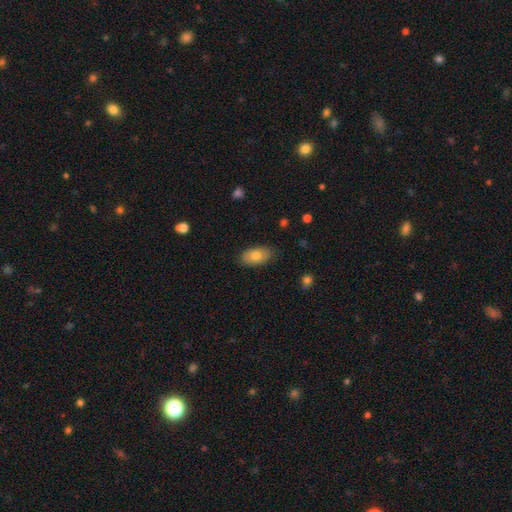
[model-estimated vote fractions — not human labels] Q: Smooth or featured?
A: smooth (78%); runner-up: featured or disk (15%)
Q: How rounded?
A: in between (93%); runner-up: round (5%)
Q: Merging?
A: none (81%); runner-up: minor disturbance (15%)